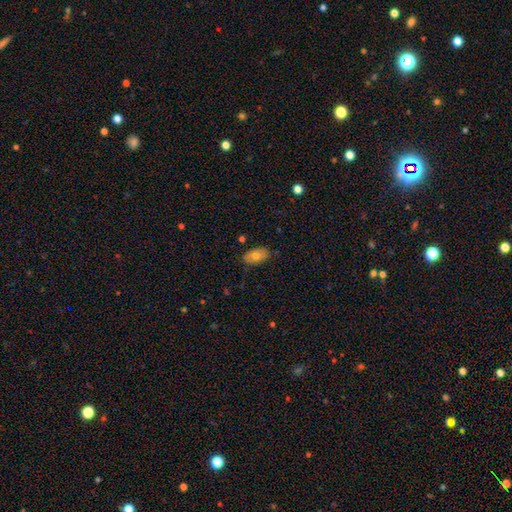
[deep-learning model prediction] Q: Smooth or featured?
A: smooth (73%); runner-up: featured or disk (19%)
Q: How rounded?
A: in between (91%); runner-up: round (6%)
Q: Merging?
A: none (80%); runner-up: minor disturbance (16%)